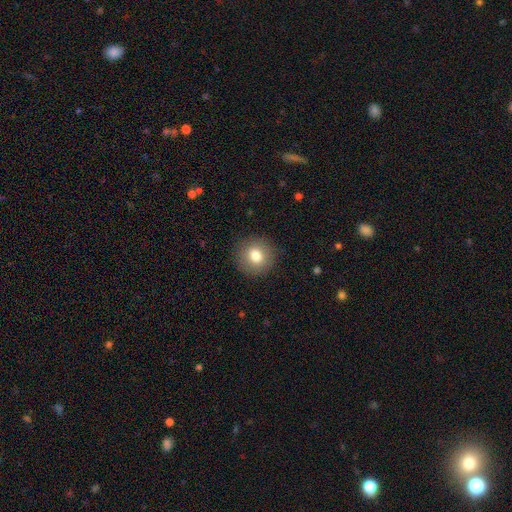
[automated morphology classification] Smooth or featured: smooth — 79% (featured or disk — 11%)
How rounded: round — 92% (in between — 8%)
Merging: none — 90% (minor disturbance — 7%)